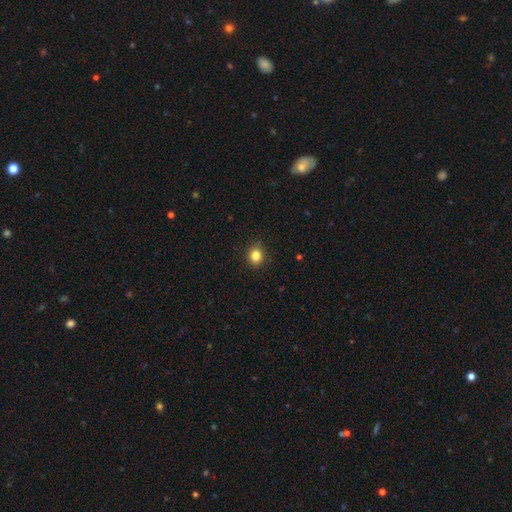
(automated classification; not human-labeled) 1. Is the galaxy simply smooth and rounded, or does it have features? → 84% smooth, 12% star or artifact, 5% featured or disk.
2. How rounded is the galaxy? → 78% round, 22% in between, 1% cigar-shaped.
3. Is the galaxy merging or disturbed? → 89% none, 8% minor disturbance, 2% major disturbance, 1% merger.